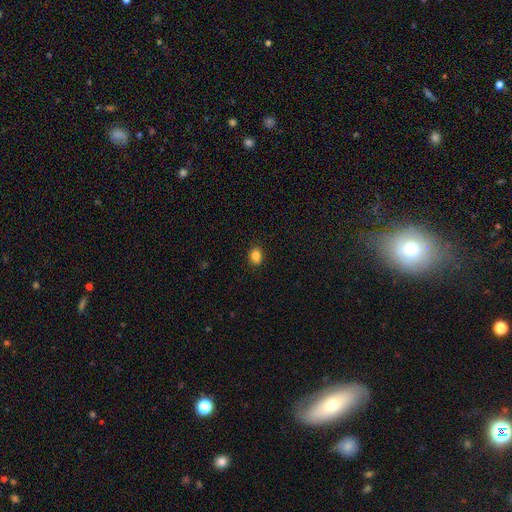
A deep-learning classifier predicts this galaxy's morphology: Smooth or featured? Predicted: smooth (p=0.85). How rounded? Predicted: in between (p=0.66). Merging? Predicted: none (p=0.86).